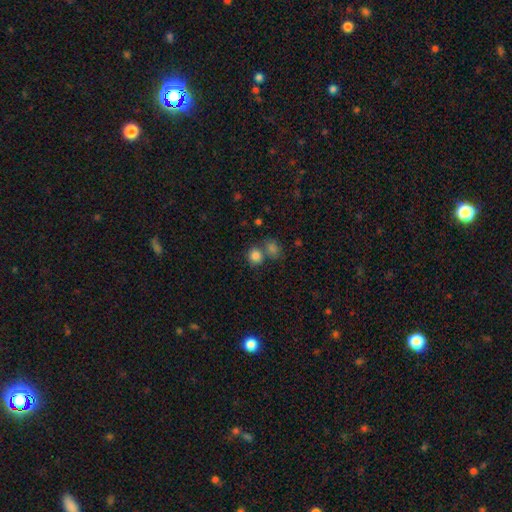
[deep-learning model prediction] smooth_or_featured: smooth (p=0.83) [alt: star or artifact p=0.11]
how_rounded: round (p=0.82) [alt: in between p=0.17]
merging: none (p=0.58) [alt: merger p=0.29]